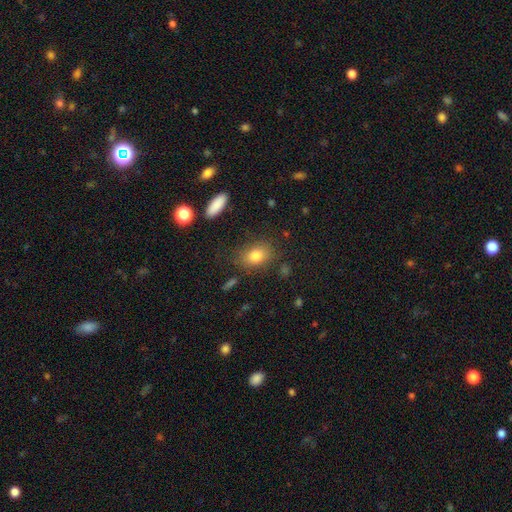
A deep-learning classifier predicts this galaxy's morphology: Overall: smooth (81%). How rounded: in between (74%). Merging: none (80%).